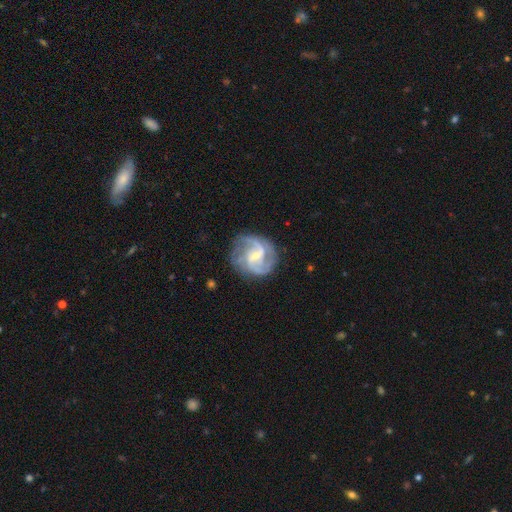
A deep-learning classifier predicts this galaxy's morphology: Smooth or featured? featured or disk (88%)
Edge-on disk? no (98%)
Bar? weak (56%)
Spiral arms? yes (97%)
Spiral winding? medium (50%)
Spiral arm count? 2 (48%)
Bulge size? small (60%)
Merging? none (73%)